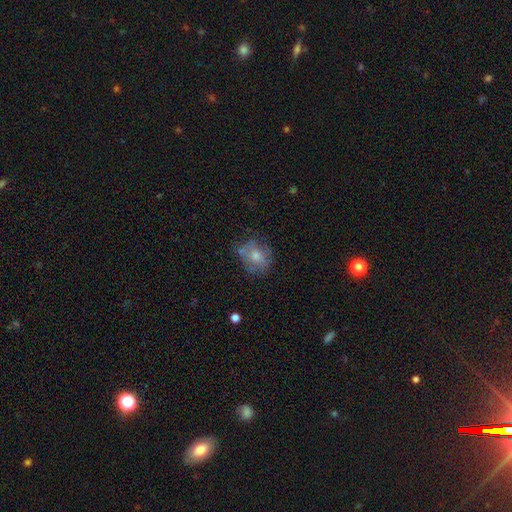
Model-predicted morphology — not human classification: A smooth galaxy with no disk features (51%) that is round (62%).

Vote fractions:
- Smooth or featured? smooth: 51% / featured or disk: 36% / star or artifact: 14%
- How rounded? round: 62% / in between: 37% / cigar-shaped: 1%
- Merging? none: 59% / minor disturbance: 24% / major disturbance: 12% / merger: 5%